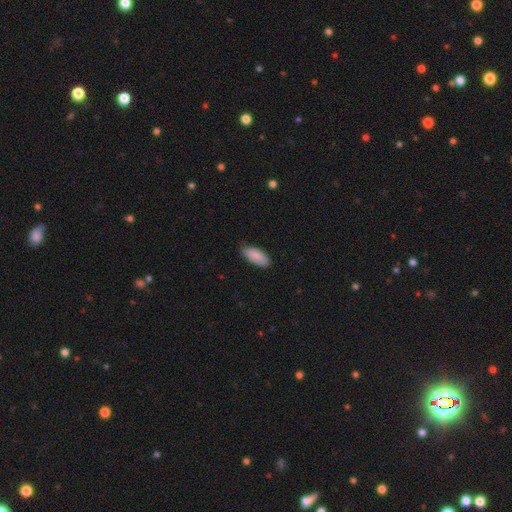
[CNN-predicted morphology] Smooth or featured? Predicted: smooth (p=0.87). How rounded? Predicted: in between (p=0.86). Merging? Predicted: none (p=0.78).